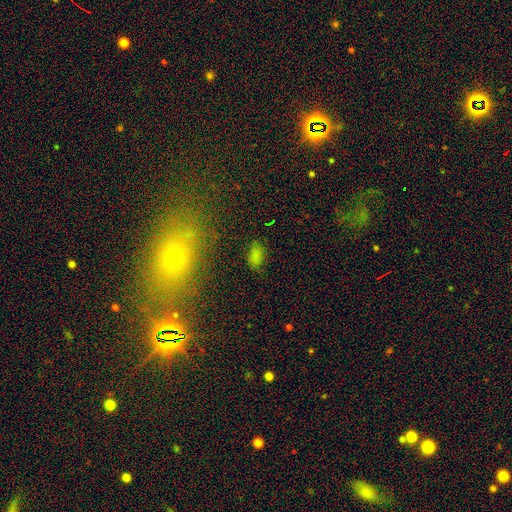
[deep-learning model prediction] Morphology: type=smooth (74%); roundness=in between (91%); merging=none (76%).